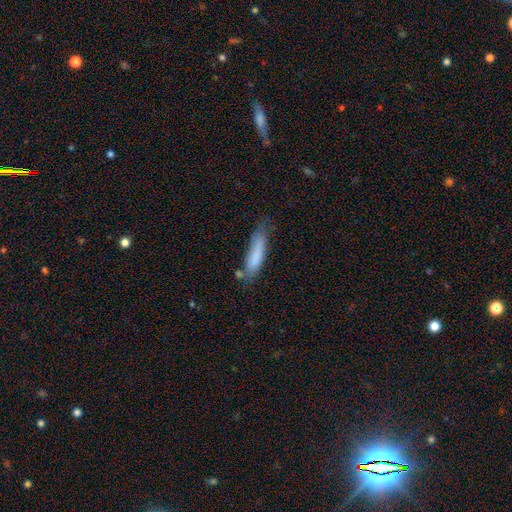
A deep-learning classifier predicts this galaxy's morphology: A smooth galaxy with no disk features (80%) that is cigar-shaped (75%).

Vote fractions:
- Smooth or featured? smooth: 80% / featured or disk: 14% / star or artifact: 7%
- How rounded? cigar-shaped: 75% / in between: 23% / round: 1%
- Merging? none: 54% / minor disturbance: 29% / major disturbance: 10% / merger: 7%